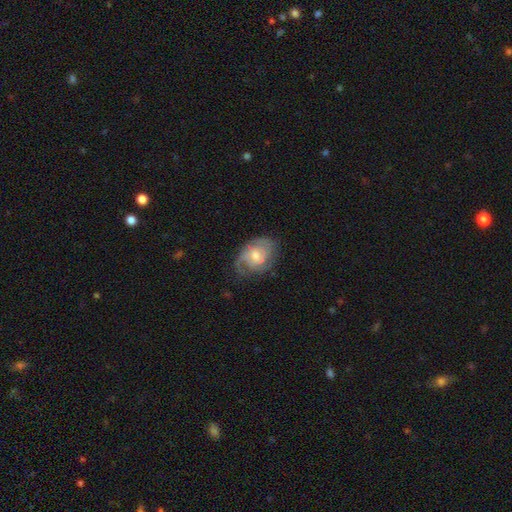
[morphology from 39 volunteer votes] type=featured or disk (67%); edge-on=no (100%); bar=no (81%); spiral arms=yes (81%); winding=tight (57%); arm count=3 (52%); bulge=moderate (65%); merging=none (66%).